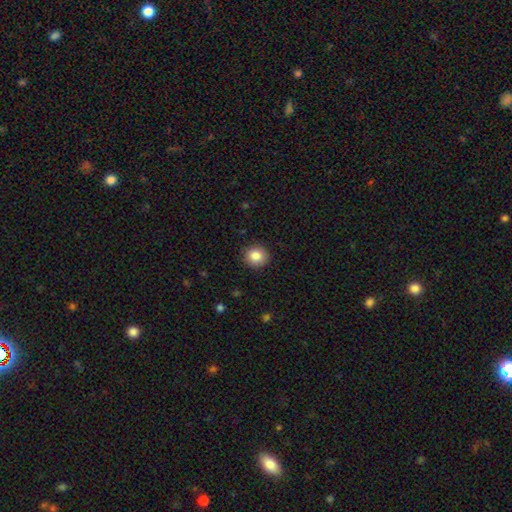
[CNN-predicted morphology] The model was most divided on "how rounded": round: 86%, in between: 13%, cigar-shaped: 1%. More confident: merging — none (90%); smooth or featured — smooth (85%).